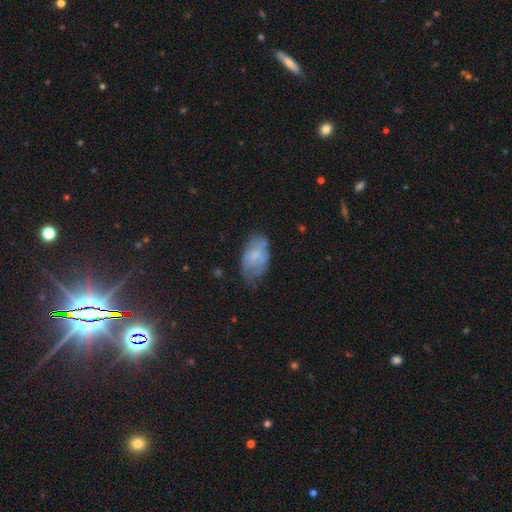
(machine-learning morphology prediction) Smooth or featured? Predicted: smooth (p=0.63). How rounded? Predicted: in between (p=0.93). Merging? Predicted: none (p=0.47).